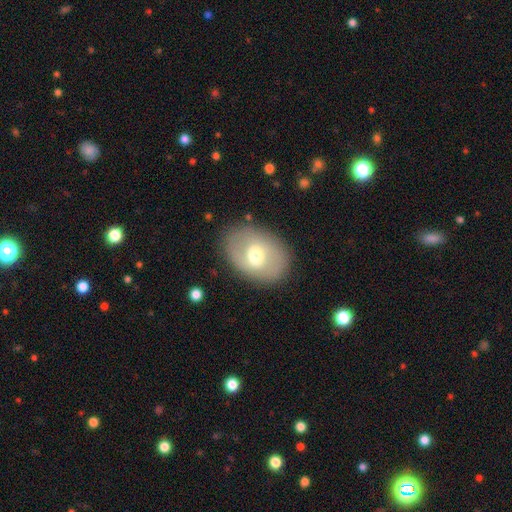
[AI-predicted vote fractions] smooth_or_featured: smooth (p=0.53) [alt: featured or disk p=0.39]
how_rounded: in between (p=0.72) [alt: round p=0.27]
merging: none (p=0.83) [alt: minor disturbance p=0.11]